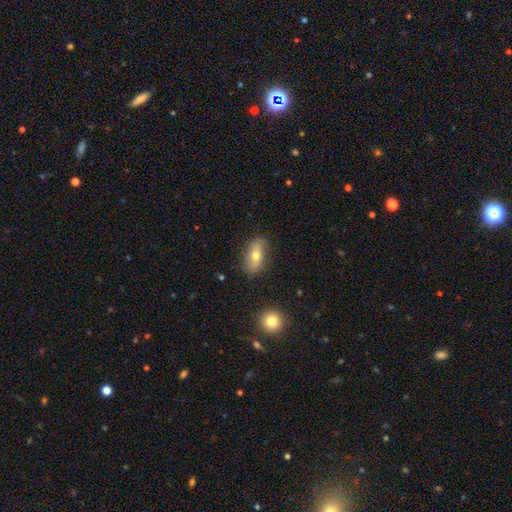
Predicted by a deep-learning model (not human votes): Smooth or featured?
  - smooth: 60% *
  - featured or disk: 32%
  - star or artifact: 8%
How rounded?
  - in between: 83% *
  - round: 9%
  - cigar-shaped: 8%
Merging?
  - none: 79% *
  - minor disturbance: 15%
  - major disturbance: 4%
  - merger: 2%